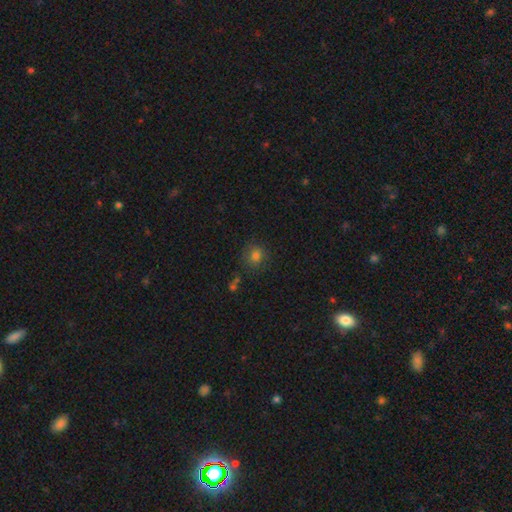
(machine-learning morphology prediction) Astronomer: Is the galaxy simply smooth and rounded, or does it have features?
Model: smooth — 75%.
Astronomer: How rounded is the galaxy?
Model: round — 78%.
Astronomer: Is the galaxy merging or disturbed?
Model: none — 76%.